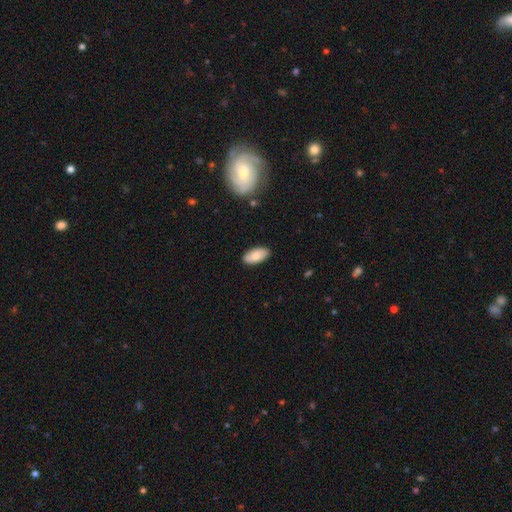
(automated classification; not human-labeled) smooth 77%, featured or disk 16%, star or artifact 6%. Down the decision tree: how rounded — in between (91%); merging — none (86%).